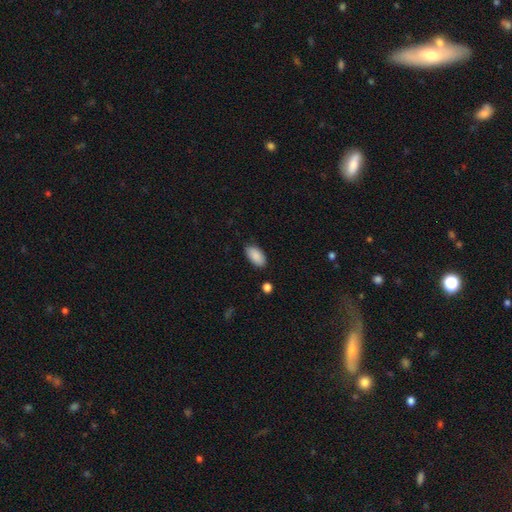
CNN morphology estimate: smooth-or-featured: smooth: 89% | star or artifact: 6% | featured or disk: 4%
  how-rounded: in between: 94% | cigar-shaped: 3% | round: 3%
  merging: none: 84% | minor disturbance: 11% | major disturbance: 3% | merger: 2%